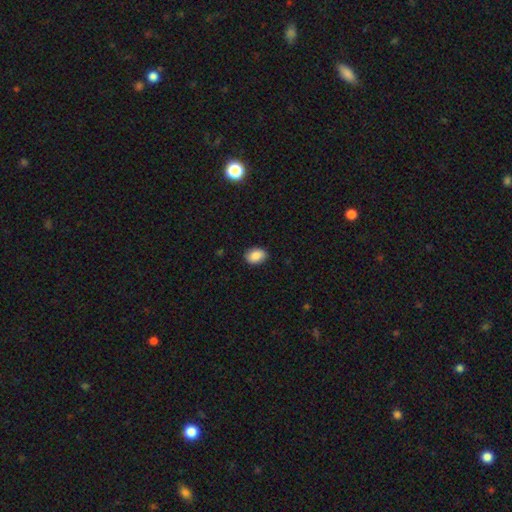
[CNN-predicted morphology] smooth_or_featured: smooth (p=0.89) [alt: star or artifact p=0.07]
how_rounded: in between (p=0.79) [alt: round p=0.20]
merging: none (p=0.87) [alt: minor disturbance p=0.10]